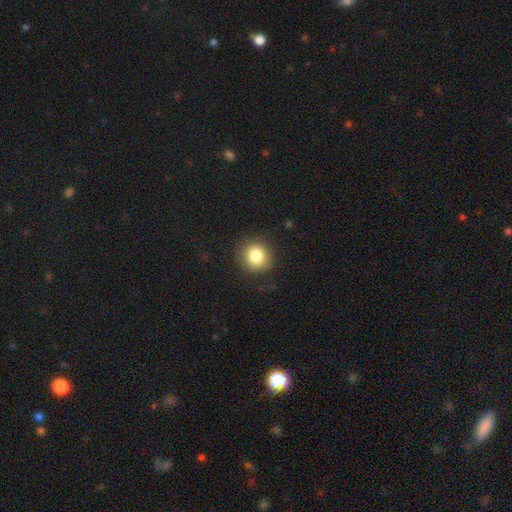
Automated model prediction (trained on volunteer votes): Smooth or featured? Predicted: smooth (p=0.83). How rounded? Predicted: round (p=0.87). Merging? Predicted: none (p=0.89).